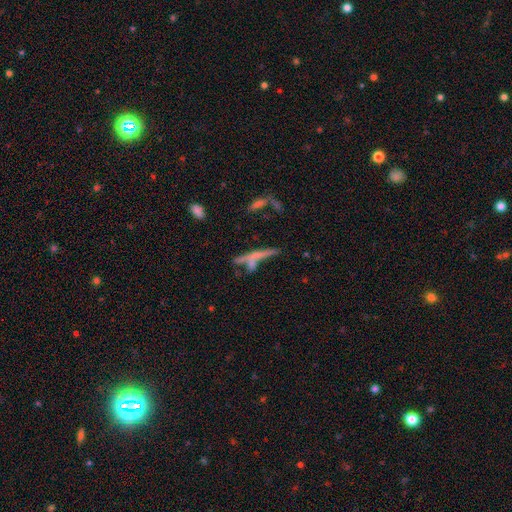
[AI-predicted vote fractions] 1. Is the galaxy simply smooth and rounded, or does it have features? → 48% featured or disk, 38% smooth, 13% star or artifact.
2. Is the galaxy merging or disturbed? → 49% none, 28% merger, 14% minor disturbance, 10% major disturbance.